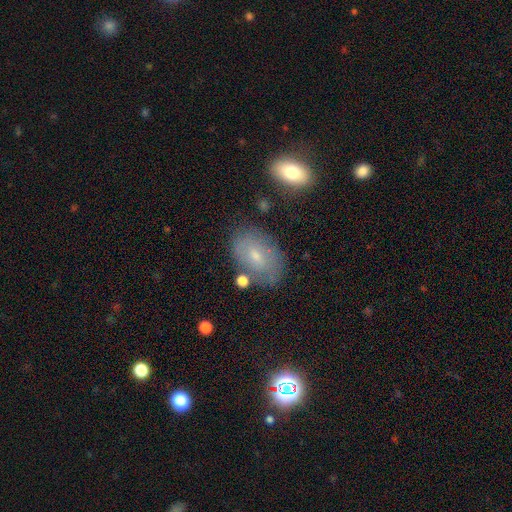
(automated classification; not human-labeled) This appears to be a smooth galaxy with no disk features (53%) that is in between round and cigar-shaped (87%). Merging: none (70%).